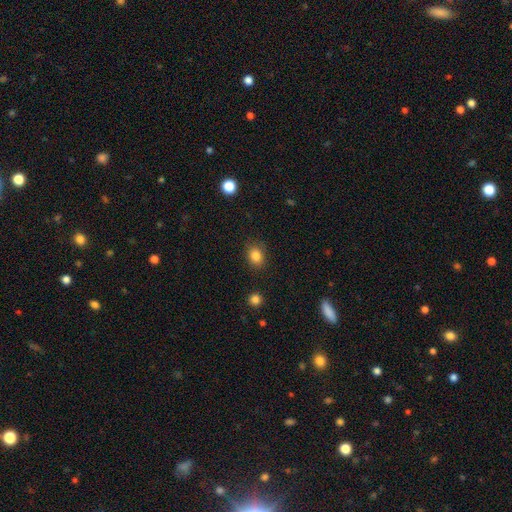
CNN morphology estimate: smooth-or-featured: smooth: 84% | star or artifact: 10% | featured or disk: 5%
  how-rounded: in between: 50% (tied) | round: 50% (tied) | cigar-shaped: 1%
  merging: none: 84% | minor disturbance: 11% | major disturbance: 3% | merger: 2%